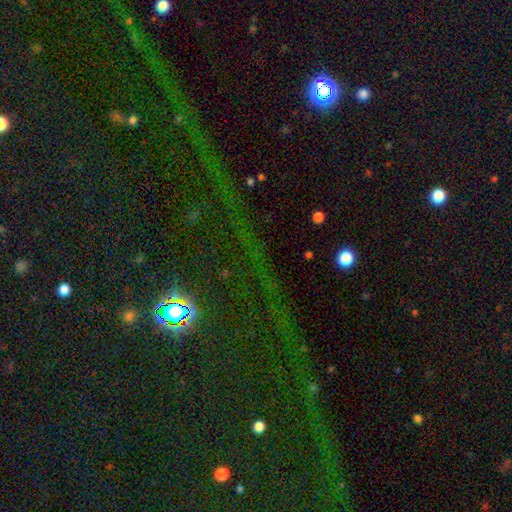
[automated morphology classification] type=star or artifact (76%).